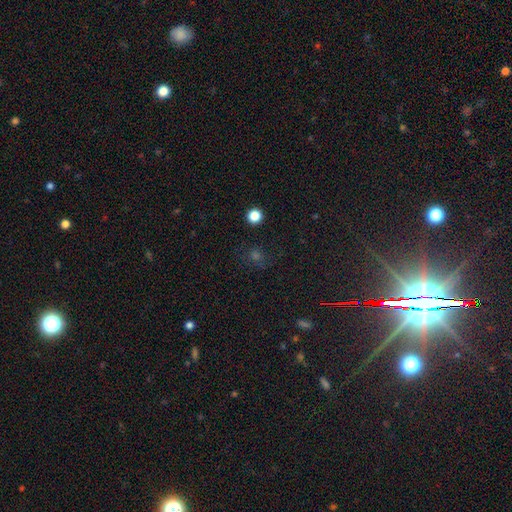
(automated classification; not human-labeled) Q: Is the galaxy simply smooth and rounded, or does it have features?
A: star or artifact — 46%.